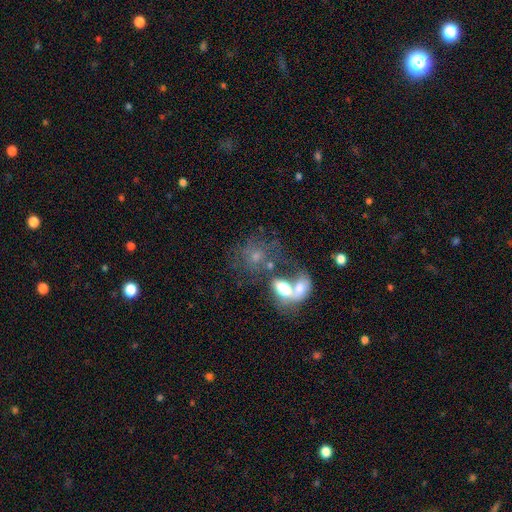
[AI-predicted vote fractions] A smooth galaxy with no disk features (51%) that is in between round and cigar-shaped (50%). Merging: merger (57%).